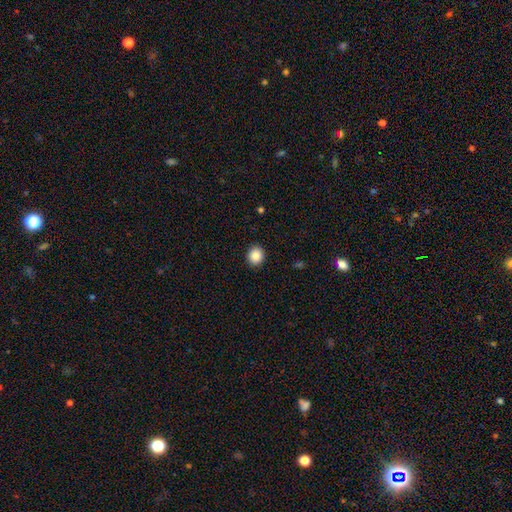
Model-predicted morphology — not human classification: A smooth galaxy with no disk features (87%) that is round (78%). Merging: none (92%).